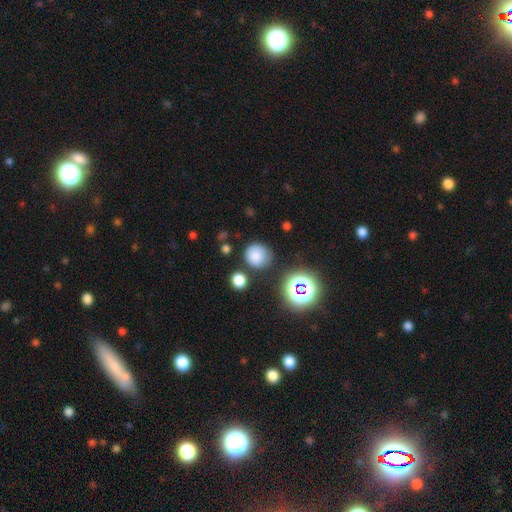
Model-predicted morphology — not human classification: smooth 77%, star or artifact 16%, featured or disk 6%. Down the decision tree: how rounded — round (90%); merging — none (77%).